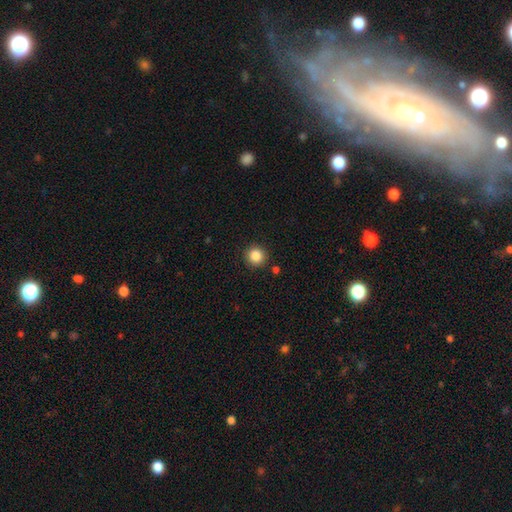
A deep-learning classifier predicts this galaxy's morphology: This is clearly a smooth galaxy (86%). How rounded: clearly round (93%). Merging: clearly none (90%).